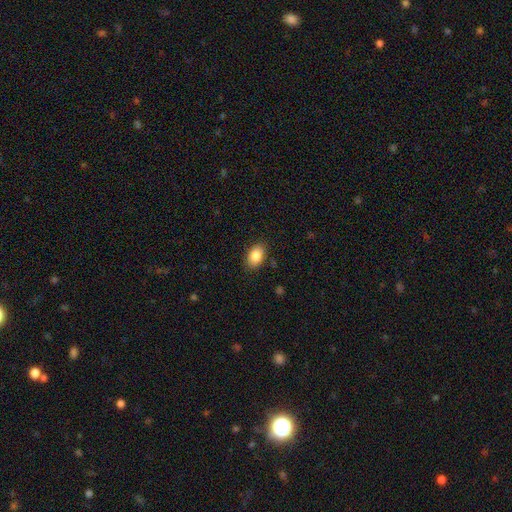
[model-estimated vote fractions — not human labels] A smooth galaxy with no disk features (86%) that is in between round and cigar-shaped (87%). Merging: none (86%).